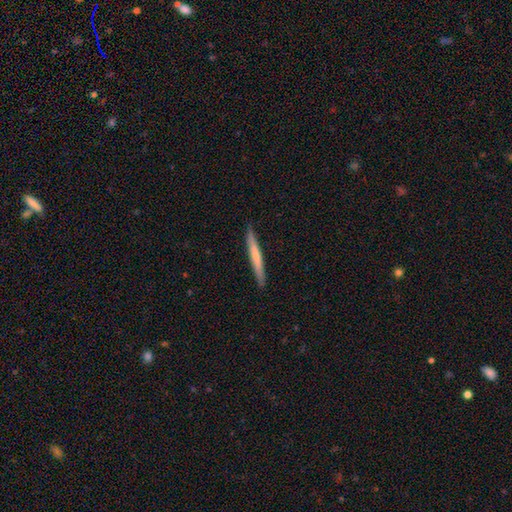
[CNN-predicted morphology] The model was most divided on "smooth or featured": smooth: 61%, featured or disk: 34%, star or artifact: 5%. More confident: how rounded — cigar-shaped (97%); merging — none (90%).